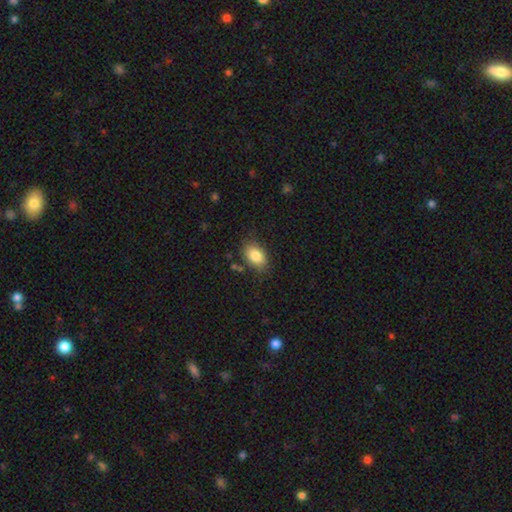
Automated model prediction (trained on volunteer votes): A smooth galaxy with no disk features (84%) that is in between round and cigar-shaped (86%). Merging: none (79%).